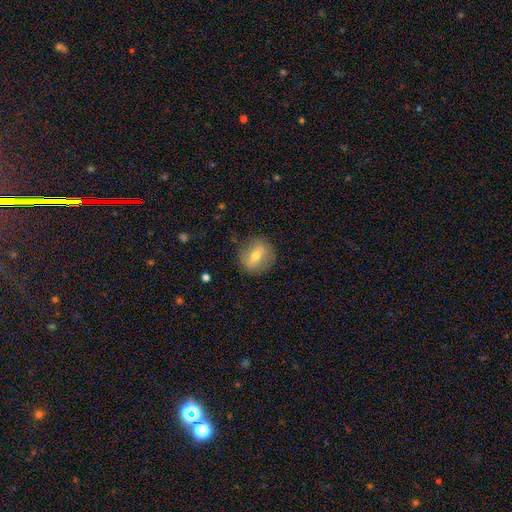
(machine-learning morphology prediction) Smooth or featured? Predicted: smooth (p=0.54). How rounded? Predicted: round (p=0.75). Merging? Predicted: none (p=0.82).